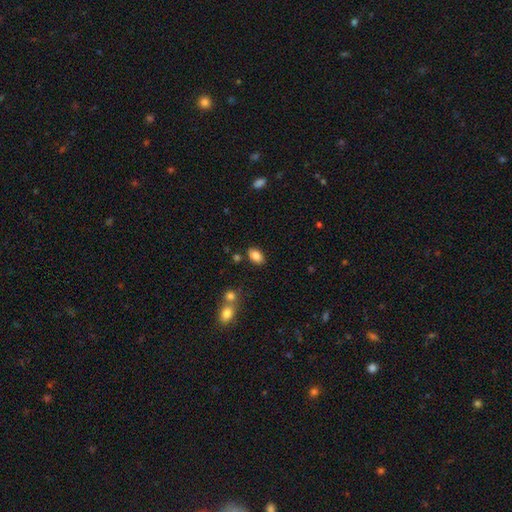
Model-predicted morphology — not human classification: smooth_or_featured: smooth (p=0.85) [alt: star or artifact p=0.09]
how_rounded: in between (p=0.90) [alt: round p=0.09]
merging: none (p=0.82) [alt: minor disturbance p=0.10]